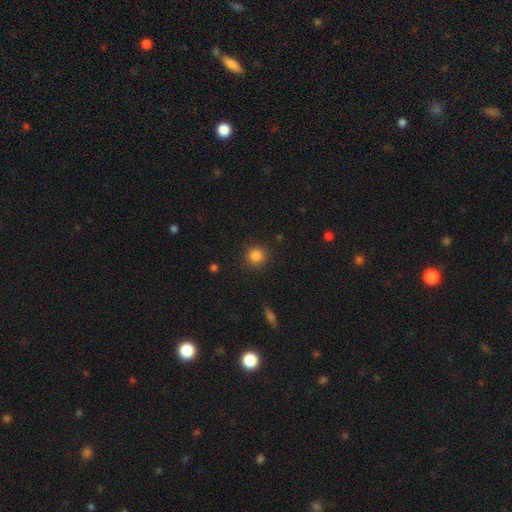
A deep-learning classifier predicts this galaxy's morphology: Smooth or featured? Predicted: smooth (p=0.84). How rounded? Predicted: round (p=0.93). Merging? Predicted: none (p=0.90).